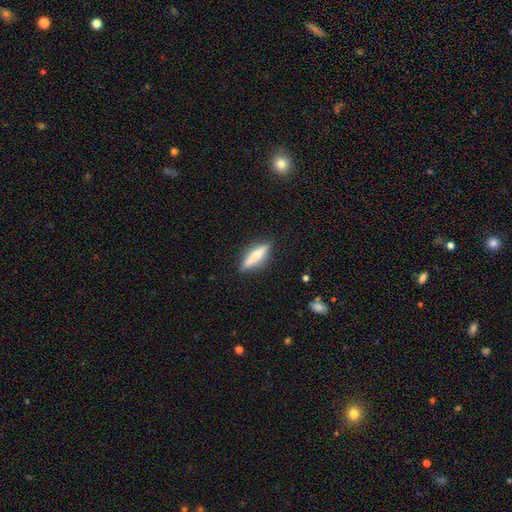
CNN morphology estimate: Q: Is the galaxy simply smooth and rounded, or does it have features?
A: smooth — 58%.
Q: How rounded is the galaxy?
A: cigar-shaped — 80%.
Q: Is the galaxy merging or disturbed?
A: none — 87%.